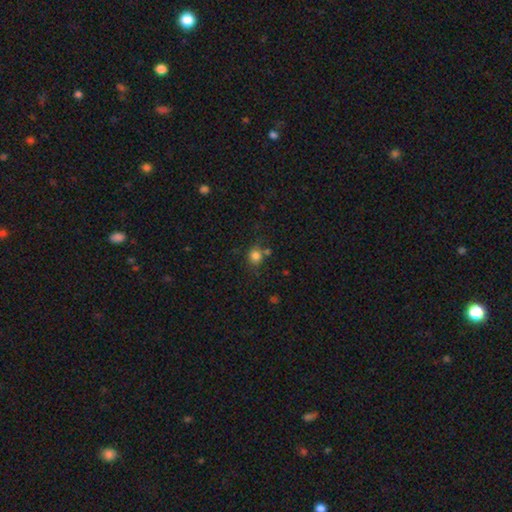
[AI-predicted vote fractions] Smooth or featured? smooth (81%)
How rounded? round (78%)
Merging? none (66%)